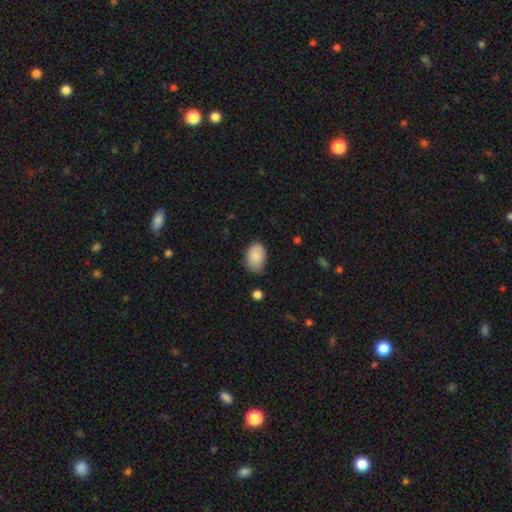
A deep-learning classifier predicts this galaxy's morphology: Smooth or featured?
  - smooth: 88% *
  - star or artifact: 7%
  - featured or disk: 5%
How rounded?
  - in between: 84% *
  - round: 15%
  - cigar-shaped: 1%
Merging?
  - none: 59% *
  - minor disturbance: 32%
  - major disturbance: 6%
  - merger: 2%